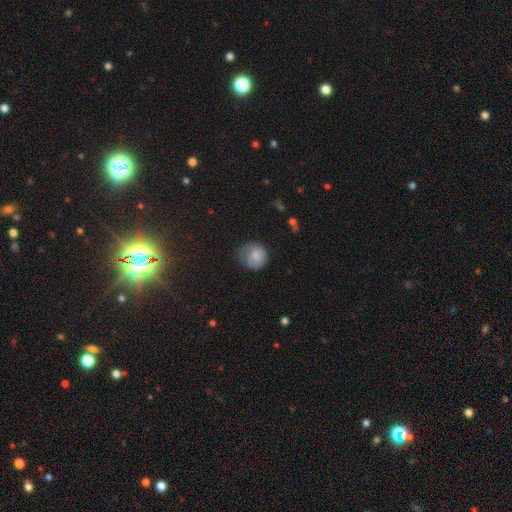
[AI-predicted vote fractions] The model was most divided on "merging": none: 50%, minor disturbance: 33%, major disturbance: 16%, merger: 2%. More confident: how rounded — round (81%); smooth or featured — smooth (78%).